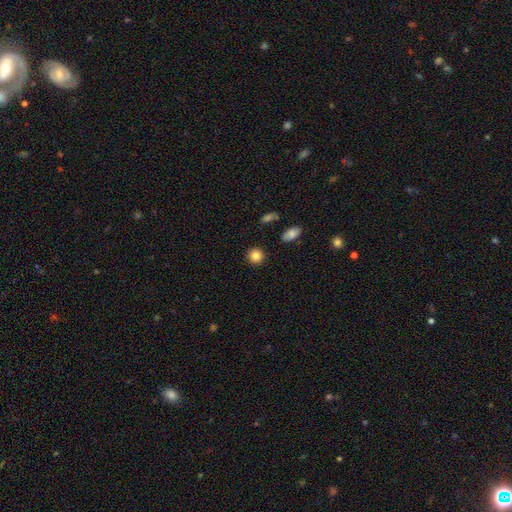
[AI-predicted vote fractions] Overall: smooth (85%). How rounded: round (91%). Merging: none (91%).